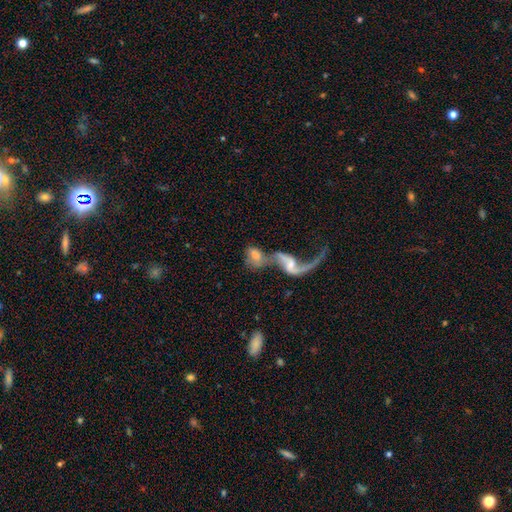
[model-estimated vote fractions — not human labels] smooth_or_featured: featured or disk (p=0.51) [alt: smooth p=0.41]
disk_edge_on: no (p=0.94) [alt: yes p=0.06]
merging: merger (p=0.67) [alt: none p=0.15]